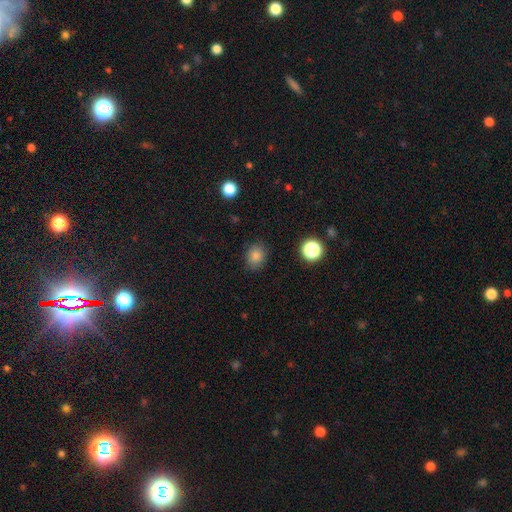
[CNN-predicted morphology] The model was most divided on "how rounded": round: 59%, in between: 40%, cigar-shaped: 1%. More confident: merging — none (86%); smooth or featured — smooth (82%).